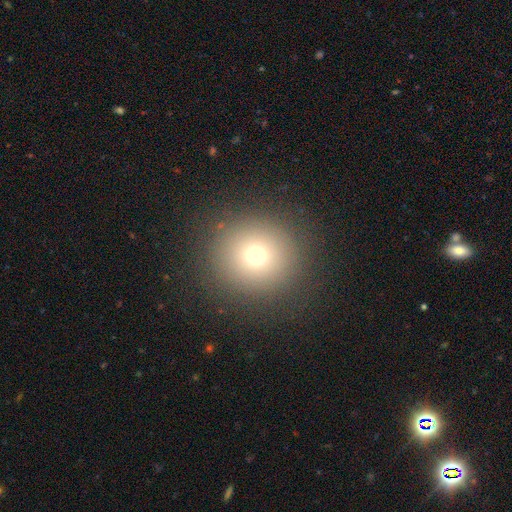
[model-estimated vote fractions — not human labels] smooth_or_featured: smooth (p=0.73) [alt: star or artifact p=0.17]
how_rounded: round (p=0.92) [alt: in between p=0.07]
merging: none (p=0.89) [alt: minor disturbance p=0.06]